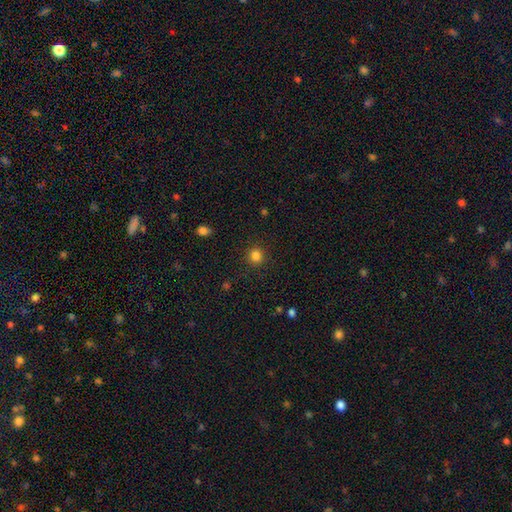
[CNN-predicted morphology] This is clearly a smooth galaxy (83%). How rounded: clearly round (90%). Merging: clearly none (90%).